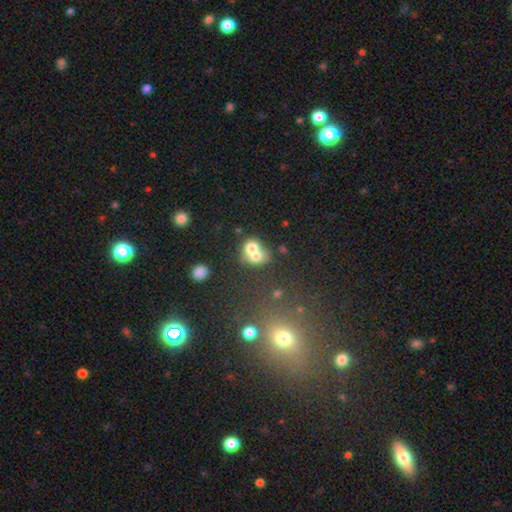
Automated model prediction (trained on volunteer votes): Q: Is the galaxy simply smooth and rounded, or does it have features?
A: smooth — 67%.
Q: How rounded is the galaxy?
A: round — 62%.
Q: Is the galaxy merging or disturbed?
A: merger — 71%.